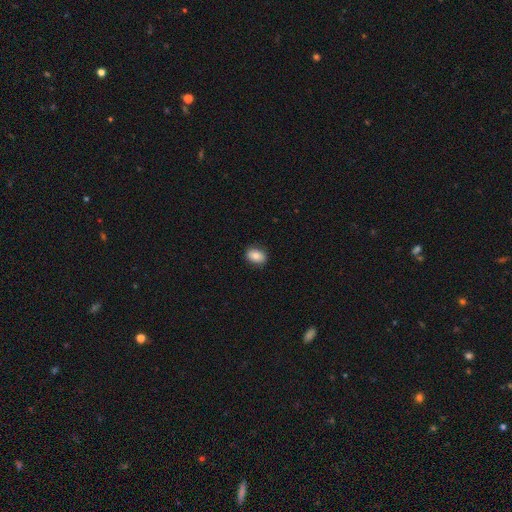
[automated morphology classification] Smooth or featured: smooth — 80% (featured or disk — 12%)
How rounded: in between — 73% (round — 26%)
Merging: none — 88% (minor disturbance — 9%)